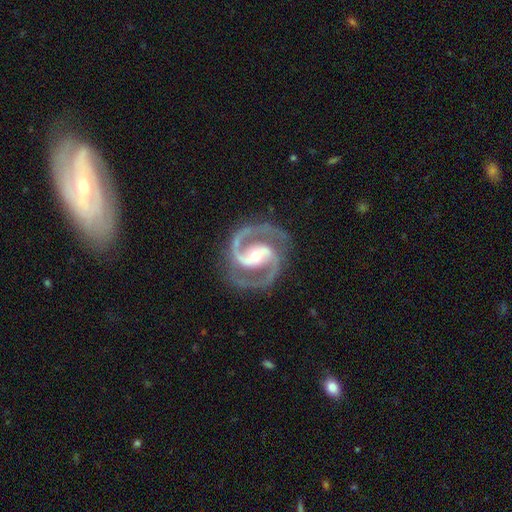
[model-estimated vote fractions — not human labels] smooth_or_featured: featured or disk (p=0.94) [alt: star or artifact p=0.04]
disk_edge_on: no (p=0.98) [alt: yes p=0.02]
bar: weak (p=0.38) [alt: strong p=0.37]
has_spiral_arms: yes (p=0.99) [alt: no p=0.01]
spiral_winding: medium (p=0.67) [alt: tight p=0.25]
spiral_arm_count: 2 (p=0.94) [alt: 3 p=0.02]
bulge_size: moderate (p=0.55) [alt: small p=0.40]
merging: none (p=0.83) [alt: minor disturbance p=0.11]